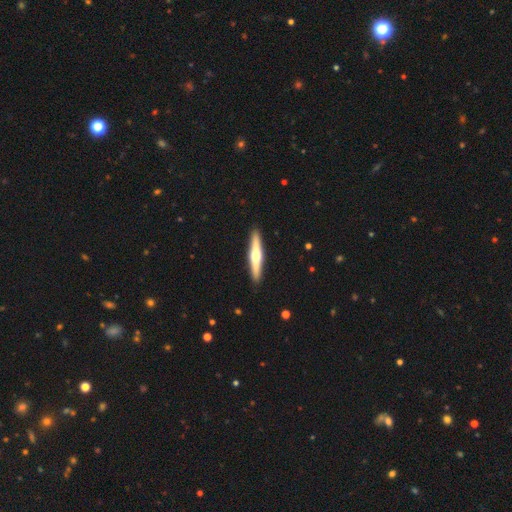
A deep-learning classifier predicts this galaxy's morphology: smooth-or-featured: featured or disk: 59% | smooth: 36% | star or artifact: 5%
  disk-edge-on: yes: 97% | no: 3%
    edge-on-bulge: rounded: 92% | none: 5% | boxy: 3%
  merging: none: 92% | minor disturbance: 6% | major disturbance: 1% | merger: 1%